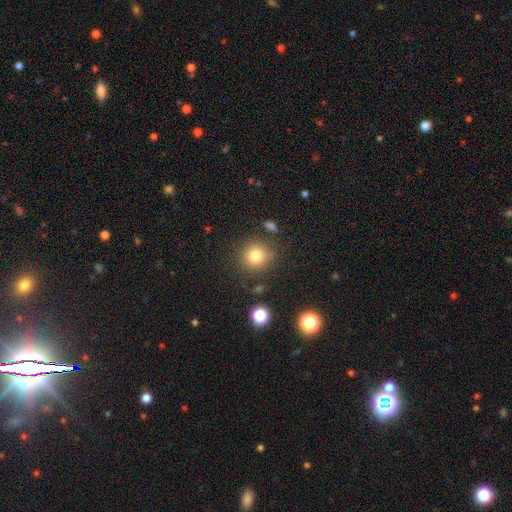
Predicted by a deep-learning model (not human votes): smooth 79%, star or artifact 12%, featured or disk 8%. Down the decision tree: how rounded — round (90%); merging — none (81%).